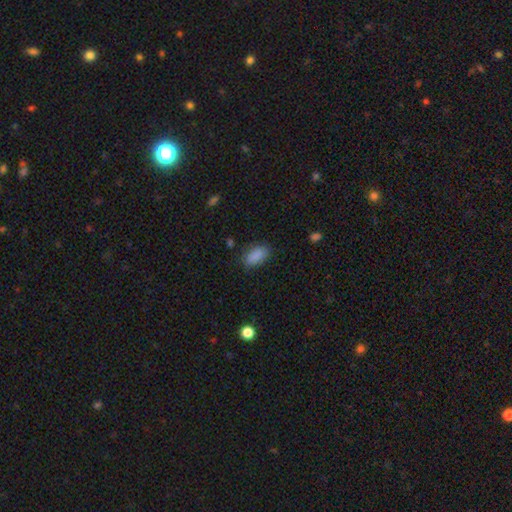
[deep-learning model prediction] This appears to be a smooth galaxy with no disk features (88%) that is in between round and cigar-shaped (92%). Merging: none (81%).